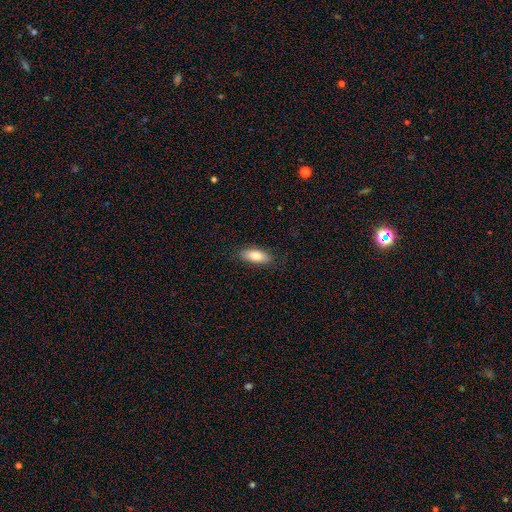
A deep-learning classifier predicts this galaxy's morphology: Overall: smooth (82%). How rounded: in between (77%). Merging: none (84%).